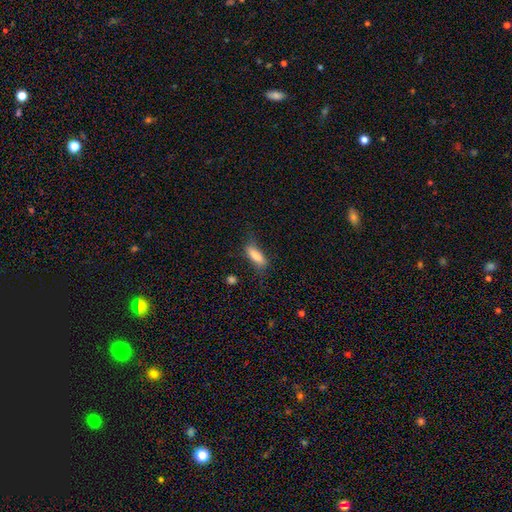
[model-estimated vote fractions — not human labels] Morphology: type=smooth (80%); roundness=in between (58%); merging=none (67%).